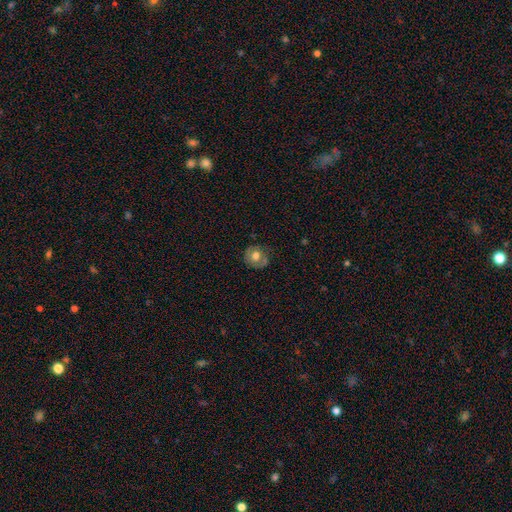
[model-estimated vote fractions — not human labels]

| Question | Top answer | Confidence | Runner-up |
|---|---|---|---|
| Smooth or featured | smooth | 58% | featured or disk (34%) |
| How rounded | round | 81% | in between (18%) |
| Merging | none | 71% | minor disturbance (21%) |